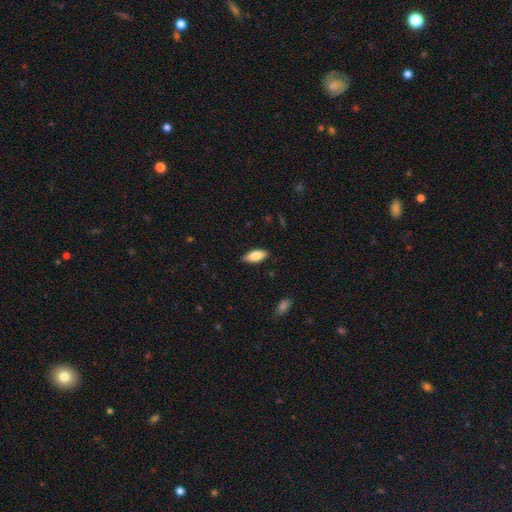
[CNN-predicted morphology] Smooth or featured: smooth — 77% (featured or disk — 17%)
How rounded: in between — 81% (cigar-shaped — 17%)
Merging: none — 85% (minor disturbance — 12%)